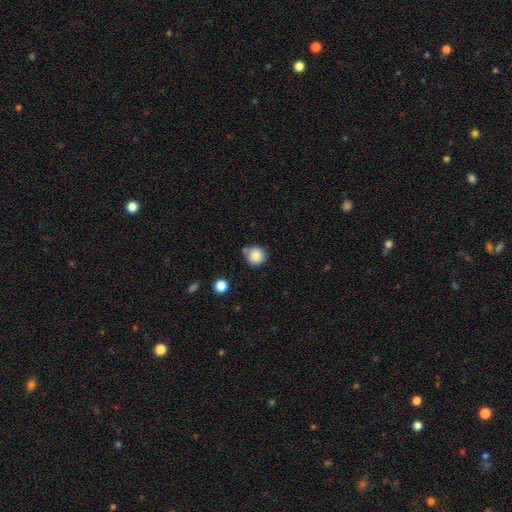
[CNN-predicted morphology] Q: Smooth or featured?
A: smooth (82%); runner-up: star or artifact (10%)
Q: How rounded?
A: round (94%); runner-up: in between (5%)
Q: Merging?
A: none (75%); runner-up: minor disturbance (12%)